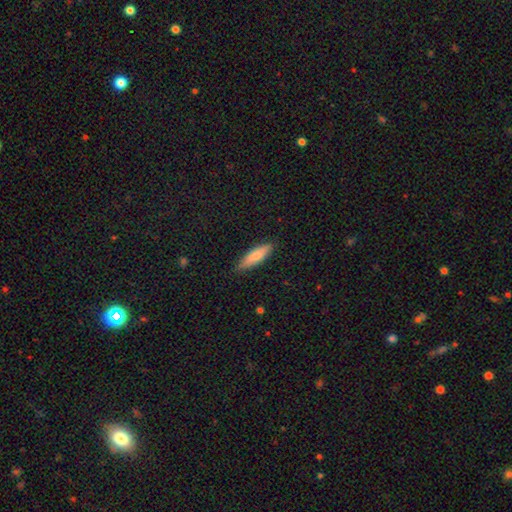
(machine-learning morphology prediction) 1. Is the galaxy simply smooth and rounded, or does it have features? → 78% smooth, 16% featured or disk, 6% star or artifact.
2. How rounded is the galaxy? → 58% cigar-shaped, 40% in between, 2% round.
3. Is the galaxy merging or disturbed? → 82% none, 14% minor disturbance, 2% major disturbance, 1% merger.